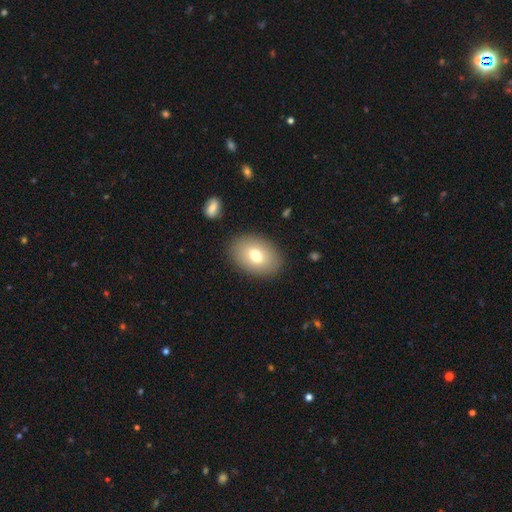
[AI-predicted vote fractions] Smooth or featured?
  - smooth: 73% *
  - featured or disk: 19%
  - star or artifact: 8%
How rounded?
  - in between: 85% *
  - round: 14%
  - cigar-shaped: 1%
Merging?
  - none: 87% *
  - minor disturbance: 9%
  - major disturbance: 3%
  - merger: 2%